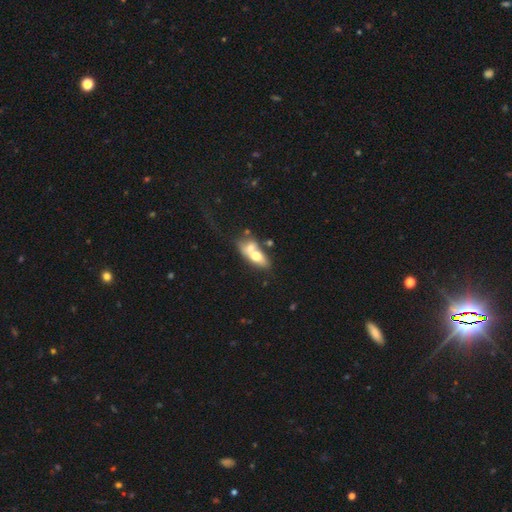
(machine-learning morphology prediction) smooth 57%, featured or disk 34%, star or artifact 8%. Down the decision tree: how rounded — in between (75%); merging — merger (64%).